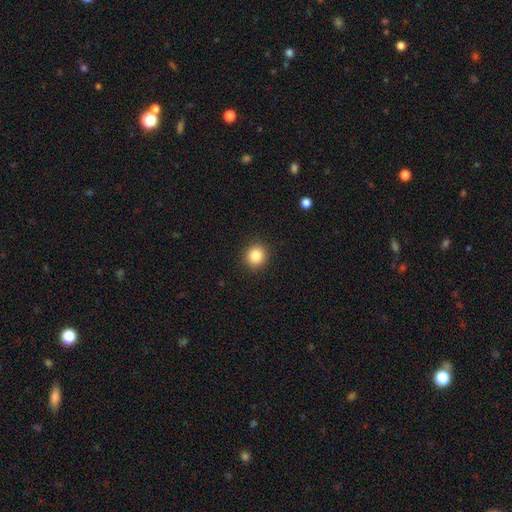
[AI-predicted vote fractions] The model was most divided on "smooth or featured": smooth: 84%, star or artifact: 10%, featured or disk: 6%. More confident: merging — none (92%); how rounded — round (89%).